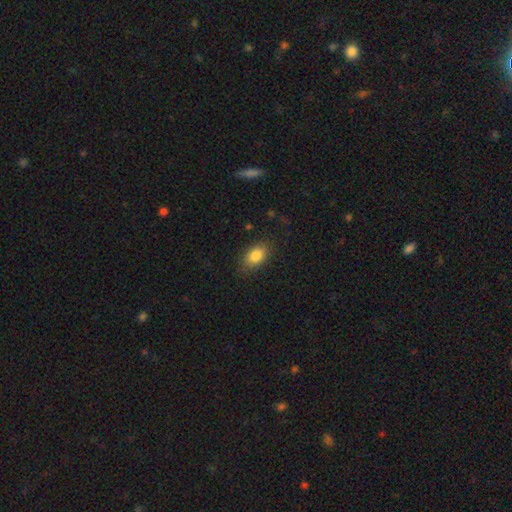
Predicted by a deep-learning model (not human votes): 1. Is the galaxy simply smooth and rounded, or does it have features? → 85% smooth, 8% star or artifact, 7% featured or disk.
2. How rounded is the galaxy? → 87% in between, 10% round, 3% cigar-shaped.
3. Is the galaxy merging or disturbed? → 82% none, 13% minor disturbance, 3% major disturbance, 1% merger.